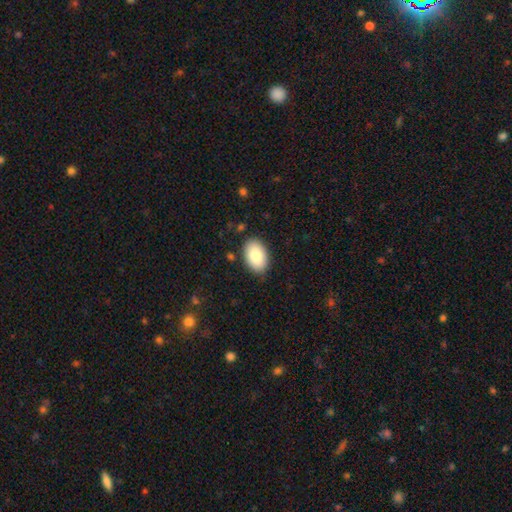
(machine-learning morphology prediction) smooth-or-featured: smooth: 84% | featured or disk: 10% | star or artifact: 6%
  how-rounded: in between: 92% | round: 7% | cigar-shaped: 1%
  merging: none: 86% | minor disturbance: 10% | major disturbance: 2% | merger: 1%